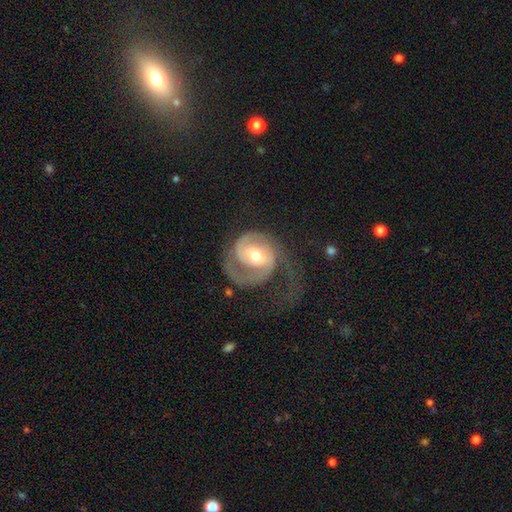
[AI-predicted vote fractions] smooth_or_featured: featured or disk (p=0.86) [alt: smooth p=0.09]
disk_edge_on: no (p=0.98) [alt: yes p=0.02]
bar: no (p=0.48) [alt: weak p=0.38]
has_spiral_arms: yes (p=0.96) [alt: no p=0.04]
spiral_winding: medium (p=0.42) [alt: tight p=0.41]
spiral_arm_count: 2 (p=0.63) [alt: 1 p=0.23]
bulge_size: moderate (p=0.65) [alt: small p=0.25]
merging: none (p=0.46) [alt: major disturbance p=0.34]